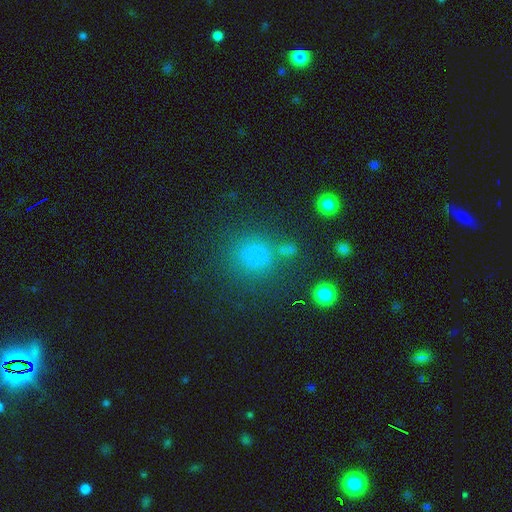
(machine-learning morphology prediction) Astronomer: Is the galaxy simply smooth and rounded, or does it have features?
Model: smooth — 73%.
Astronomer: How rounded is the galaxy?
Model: round — 82%.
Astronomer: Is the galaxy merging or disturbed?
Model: none — 69%.